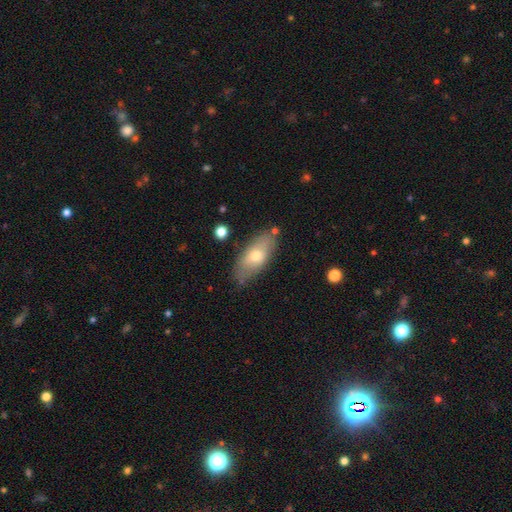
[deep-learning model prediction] Morphology: type=smooth (65%); roundness=in between (83%); merging=none (77%).